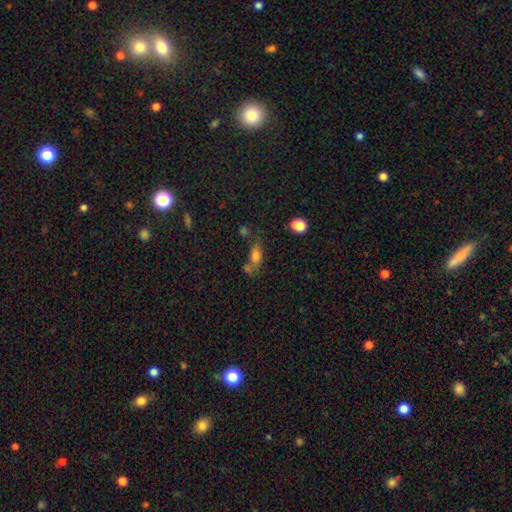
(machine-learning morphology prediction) This appears to be a smooth galaxy with no disk features (67%) that is in between round and cigar-shaped (71%). Merging: none (48%).